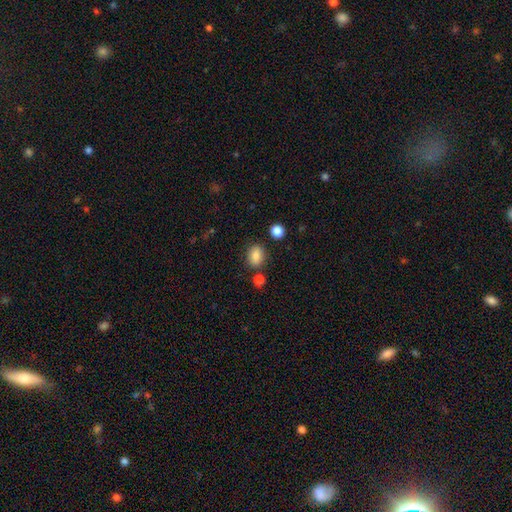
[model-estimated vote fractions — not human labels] smooth 84%, star or artifact 10%, featured or disk 6%. Down the decision tree: how rounded — in between (64%); merging — none (80%).